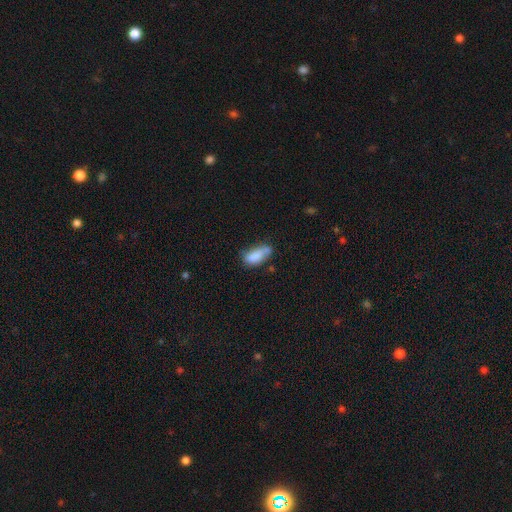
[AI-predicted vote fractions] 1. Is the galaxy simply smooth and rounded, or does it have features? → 80% smooth, 12% featured or disk, 8% star or artifact.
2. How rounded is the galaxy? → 81% in between, 16% cigar-shaped, 3% round.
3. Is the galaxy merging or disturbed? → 43% none, 32% minor disturbance, 13% merger, 12% major disturbance.